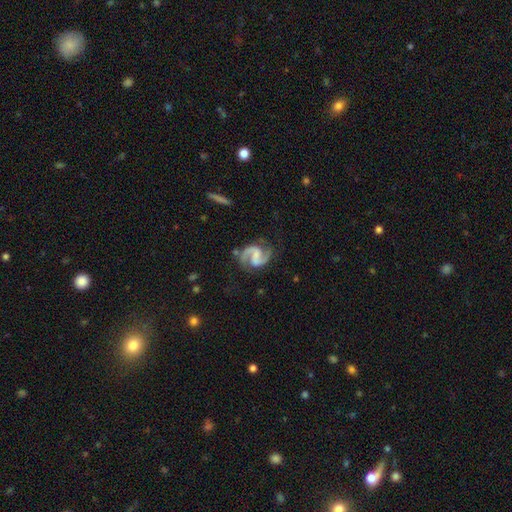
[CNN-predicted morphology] Smooth or featured? featured or disk (92%)
Edge-on disk? no (99%)
Bar? weak (44%)
Spiral arms? yes (98%)
Spiral winding? medium (59%)
Spiral arm count? 2 (94%)
Bulge size? none (54%)
Merging? none (78%)